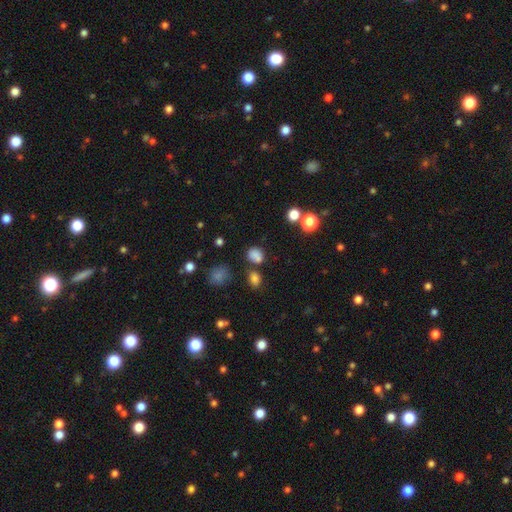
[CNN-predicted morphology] Smooth or featured? Predicted: smooth (p=0.76). How rounded? Predicted: round (p=0.59). Merging? Predicted: none (p=0.63).